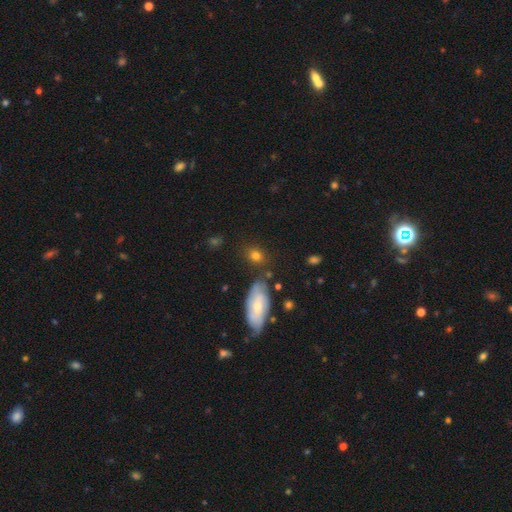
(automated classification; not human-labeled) smooth_or_featured: smooth (p=0.77) [alt: featured or disk p=0.12]
how_rounded: in between (p=0.50) [alt: round p=0.47]
merging: none (p=0.73) [alt: minor disturbance p=0.16]